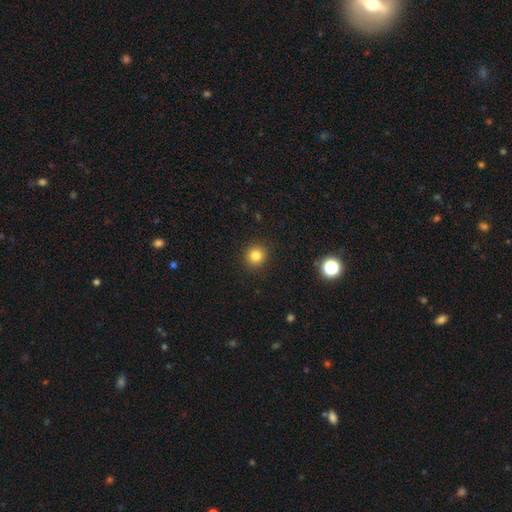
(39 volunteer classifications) This is likely a smooth galaxy (79%). How rounded: clearly round (94%). Merging: clearly none (94%).